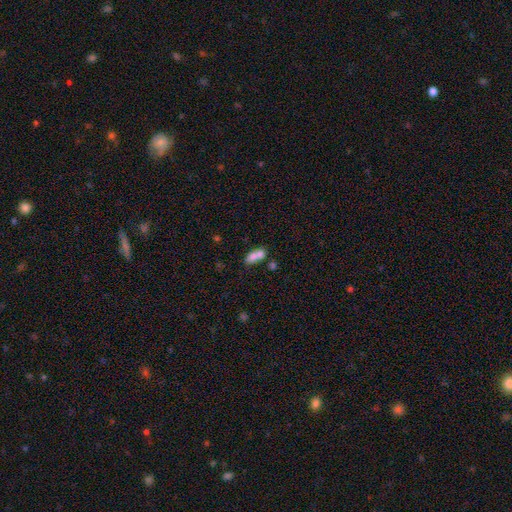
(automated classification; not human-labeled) smooth_or_featured: smooth (p=0.70) [alt: featured or disk p=0.20]
how_rounded: in between (p=0.75) [alt: round p=0.16]
merging: merger (p=0.62) [alt: none p=0.23]